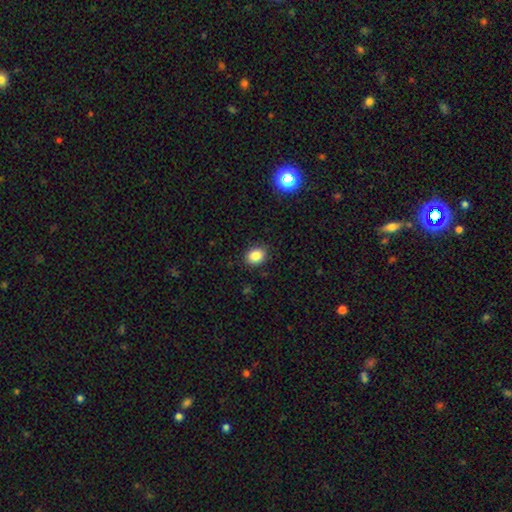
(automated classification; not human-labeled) This appears to be a smooth galaxy with no disk features (85%) that is round (50%, tied with in between). Merging: none (89%).